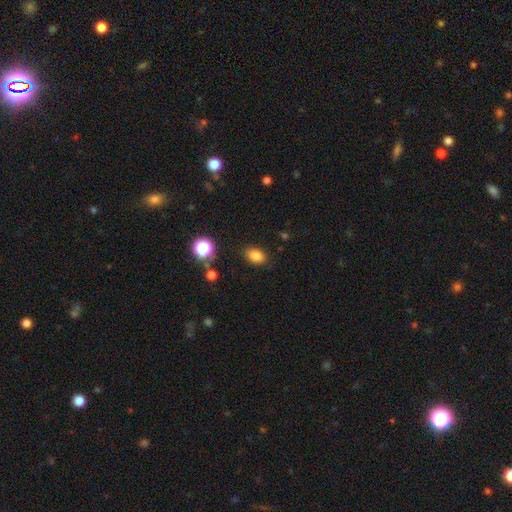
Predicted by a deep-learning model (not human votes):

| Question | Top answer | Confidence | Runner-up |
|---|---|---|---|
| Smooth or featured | smooth | 83% | star or artifact (12%) |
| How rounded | in between | 81% | round (18%) |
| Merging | none | 84% | minor disturbance (11%) |